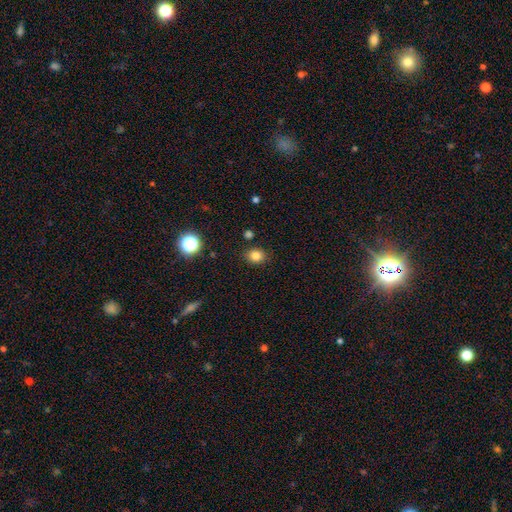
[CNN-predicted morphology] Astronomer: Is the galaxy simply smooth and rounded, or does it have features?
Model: smooth — 82%.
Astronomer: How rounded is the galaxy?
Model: round — 62% (runner-up: in between, 37%).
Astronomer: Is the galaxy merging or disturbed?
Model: none — 86%.